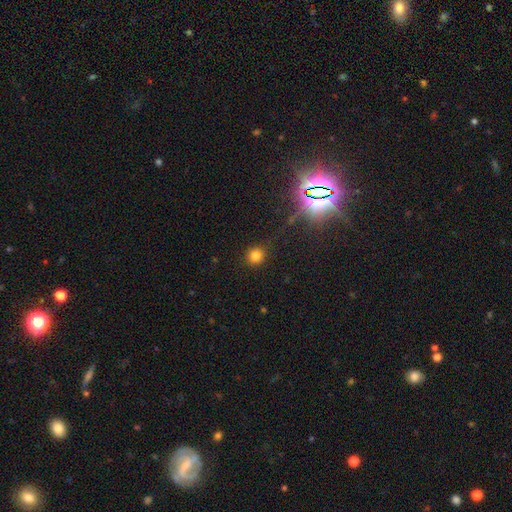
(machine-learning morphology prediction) smooth 78%, star or artifact 17%, featured or disk 6%. Down the decision tree: how rounded — round (89%); merging — none (88%).